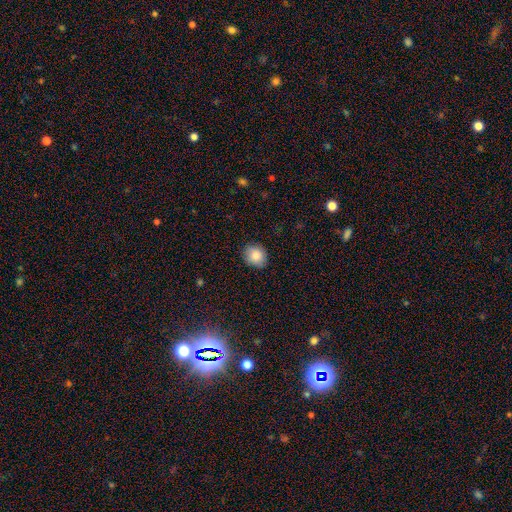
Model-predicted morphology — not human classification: smooth 85%, star or artifact 8%, featured or disk 7%. Down the decision tree: how rounded — round (72%); merging — none (86%).